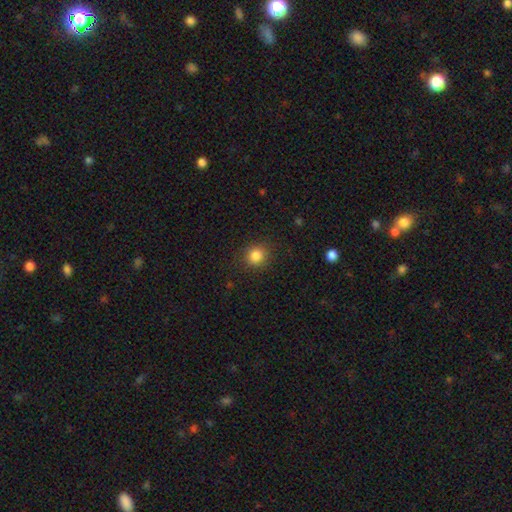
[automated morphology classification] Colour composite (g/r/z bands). It shows a smooth galaxy with no disk features (83%) that is round (86%). Merging: none (88%).